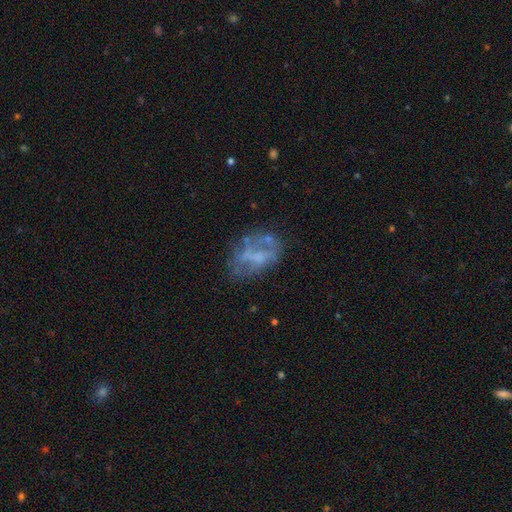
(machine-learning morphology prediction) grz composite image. It shows a featured or disk galaxy (58%) with no bar (70%), no spiral arms (80%) and no central bulge (58%). Merging: none (47%).